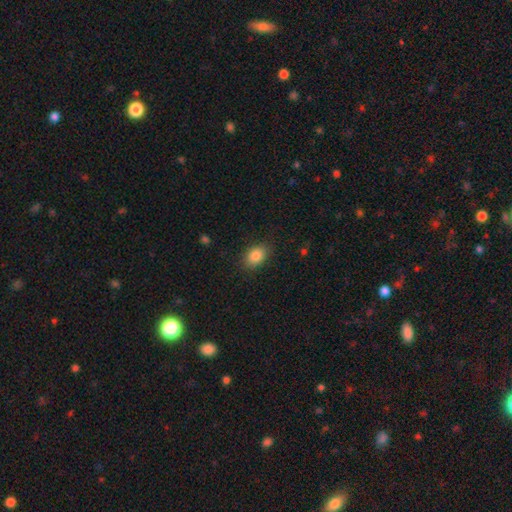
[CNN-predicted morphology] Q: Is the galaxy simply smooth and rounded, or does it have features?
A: smooth — 85%.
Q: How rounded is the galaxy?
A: in between — 80%.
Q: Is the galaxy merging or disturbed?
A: none — 84%.